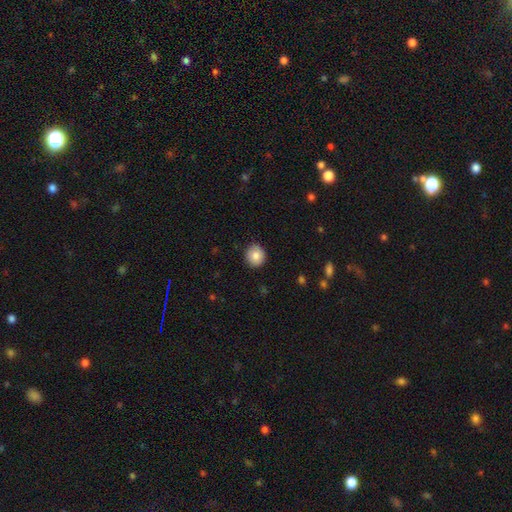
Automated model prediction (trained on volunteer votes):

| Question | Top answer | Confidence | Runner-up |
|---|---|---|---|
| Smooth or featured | smooth | 85% | star or artifact (8%) |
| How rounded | round | 87% | in between (12%) |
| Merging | none | 90% | minor disturbance (8%) |